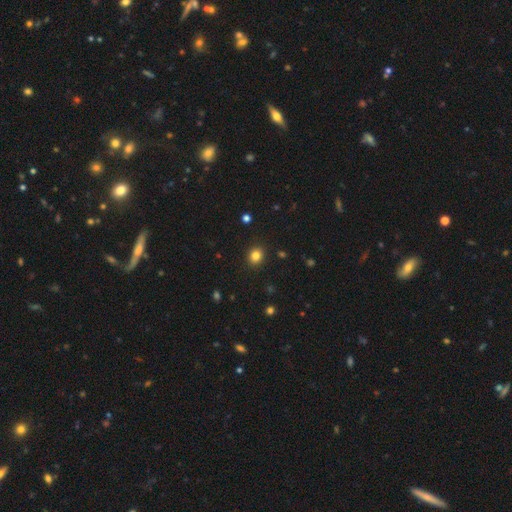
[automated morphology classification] smooth 83%, star or artifact 12%, featured or disk 5%. Down the decision tree: how rounded — round (75%); merging — none (91%).